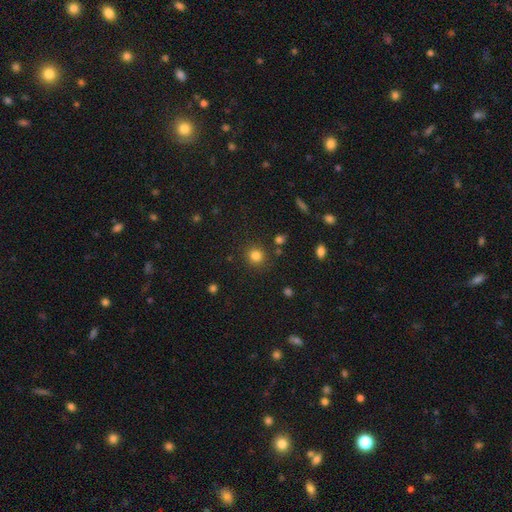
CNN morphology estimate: A smooth galaxy with no disk features (81%) that is round (91%).

Vote fractions:
- Smooth or featured? smooth: 81% / star or artifact: 13% / featured or disk: 5%
- How rounded? round: 91% / in between: 8% / cigar-shaped: 1%
- Merging? none: 87% / minor disturbance: 8% / major disturbance: 3% / merger: 3%